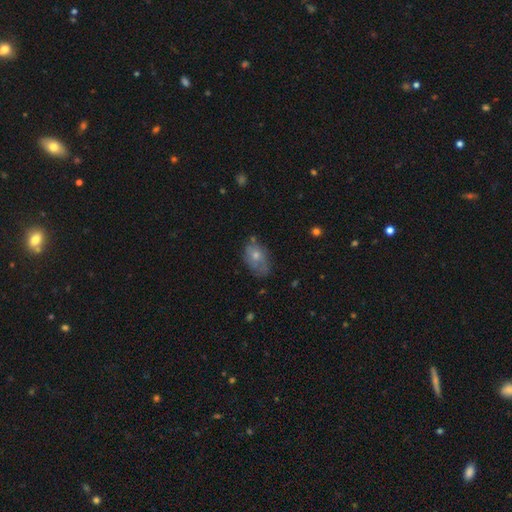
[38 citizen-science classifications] Smooth or featured?
  - smooth: 63% *
  - featured or disk: 32%
  - star or artifact: 5%
How rounded?
  - in between: 83% *
  - round: 12%
  - cigar-shaped: 4%
Merging?
  - none: 50% *
  - minor disturbance: 25%
  - major disturbance: 22%
  - merger: 3%